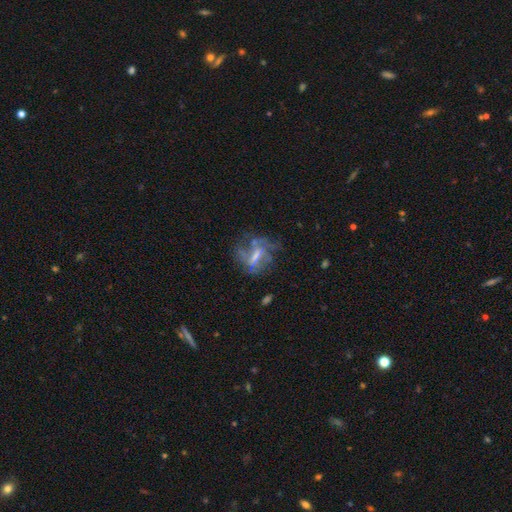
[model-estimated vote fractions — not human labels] Morphology: type=featured or disk (64%); edge-on=no (95%); bar=weak (42%); spiral arms=no (53%); bulge=moderate (39%); merging=none (44%).